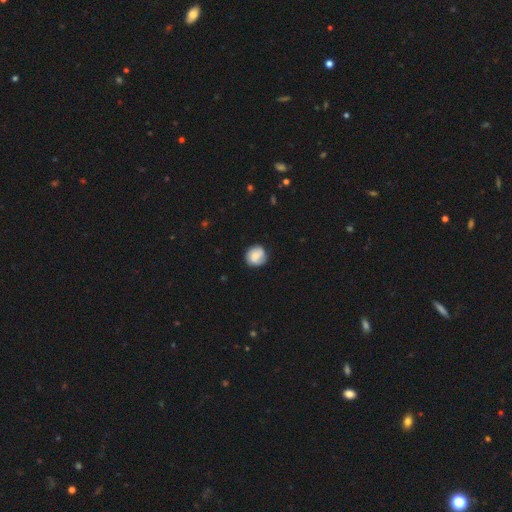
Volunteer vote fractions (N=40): A smooth galaxy with no disk features (57%) that is round (91%).

Vote fractions:
- Smooth or featured? smooth: 57% / featured or disk: 38% / star or artifact: 5%
- How rounded? round: 91% / in between: 9% / cigar-shaped: 0%
- Merging? none: 74% / minor disturbance: 26% / major disturbance: 0% / merger: 0%